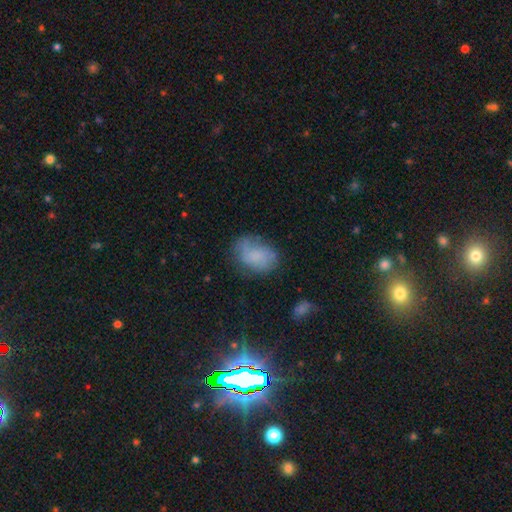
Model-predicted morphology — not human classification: Smooth or featured? Predicted: smooth (p=0.62). How rounded? Predicted: in between (p=0.78). Merging? Predicted: none (p=0.54).